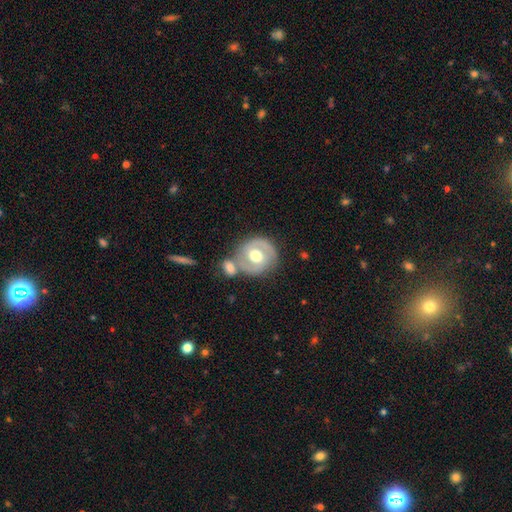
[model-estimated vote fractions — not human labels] This is likely a featured or disk galaxy (68%). It is clearly not viewed edge-on (96%). Bar: possibly no (54%). Spiral arm pattern: likely yes (72%). Central bulge: likely moderate (72%). Merging: possibly none (56%).